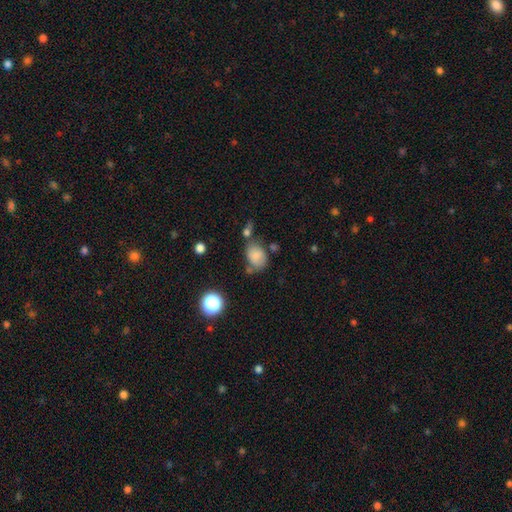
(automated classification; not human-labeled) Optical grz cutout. It shows a smooth galaxy with no disk features (79%) that is in between round and cigar-shaped (71%). Merging: none (51%).